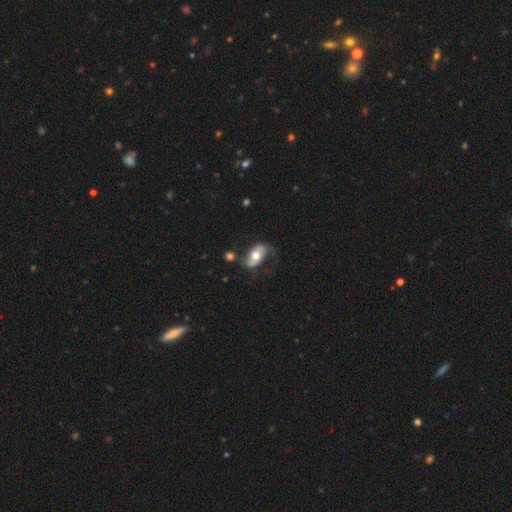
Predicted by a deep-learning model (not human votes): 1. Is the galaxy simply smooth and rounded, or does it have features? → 58% featured or disk, 36% smooth, 6% star or artifact.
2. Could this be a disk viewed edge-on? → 91% no, 9% yes.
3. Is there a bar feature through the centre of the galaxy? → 59% no, 24% weak, 17% strong.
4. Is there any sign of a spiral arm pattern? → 75% yes, 25% no.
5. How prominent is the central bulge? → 71% moderate, 18% large, 8% small, 2% dominant, 1% none.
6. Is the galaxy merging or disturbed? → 54% none, 25% minor disturbance, 16% major disturbance, 6% merger.